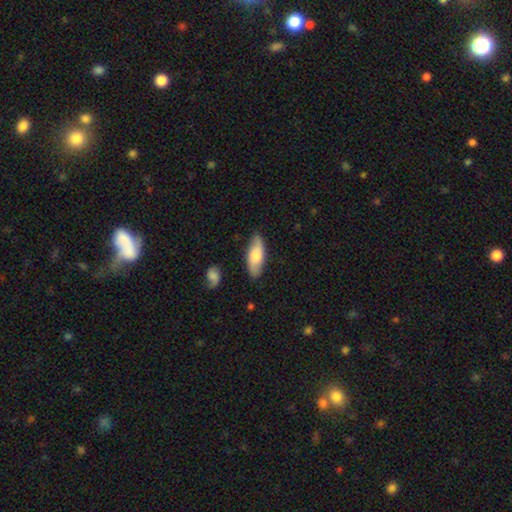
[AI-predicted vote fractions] The model was most divided on "smooth or featured": smooth: 68%, featured or disk: 27%, star or artifact: 6%. More confident: merging — none (81%); how rounded — in between (72%).